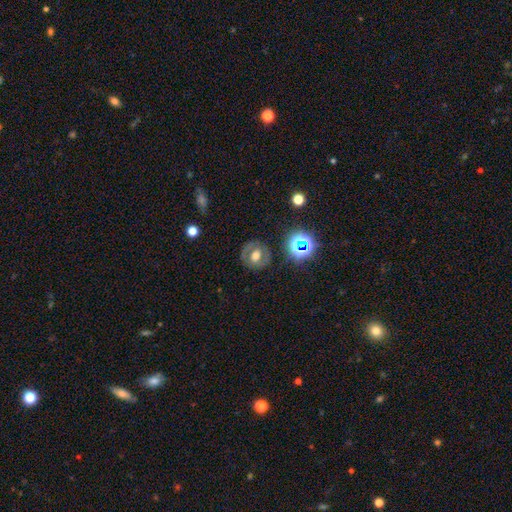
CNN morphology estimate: The model was most divided on "smooth or featured": smooth: 45%, featured or disk: 40%, star or artifact: 15%. More confident: merging — none (79%).